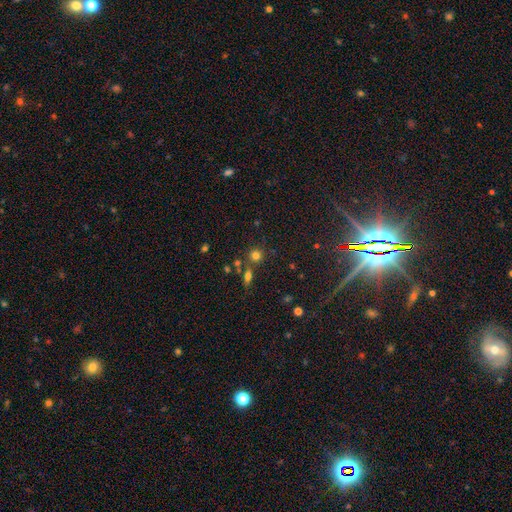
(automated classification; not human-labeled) A smooth galaxy with no disk features (76%) that is round (89%).

Vote fractions:
- Smooth or featured? smooth: 76% / star or artifact: 16% / featured or disk: 8%
- How rounded? round: 89% / in between: 10% / cigar-shaped: 1%
- Merging? none: 71% / merger: 16% / minor disturbance: 10% / major disturbance: 4%